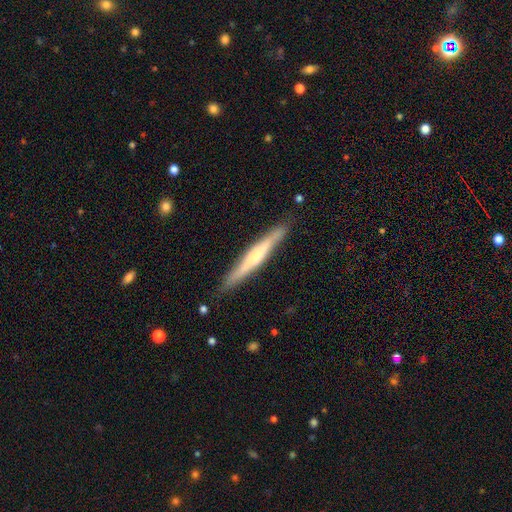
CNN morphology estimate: Smooth or featured? featured or disk (60%)
Edge-on disk? yes (96%)
Edge-on bulge? rounded (65%)
Merging? none (87%)